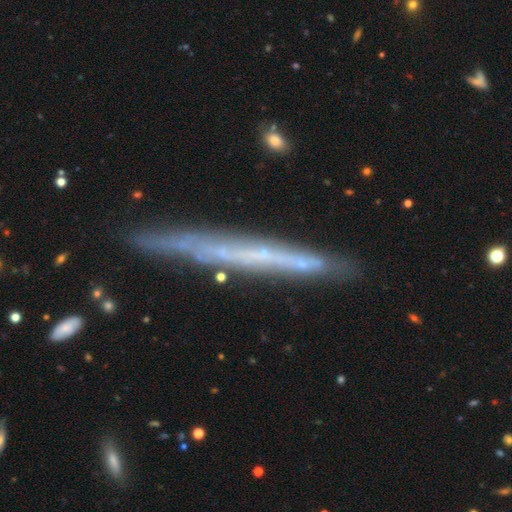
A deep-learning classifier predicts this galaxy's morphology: Smooth or featured? Predicted: featured or disk (p=0.63). Edge-on disk? Predicted: yes (p=0.94). Edge-on bulge? Predicted: none (p=0.91). Merging? Predicted: none (p=0.84).